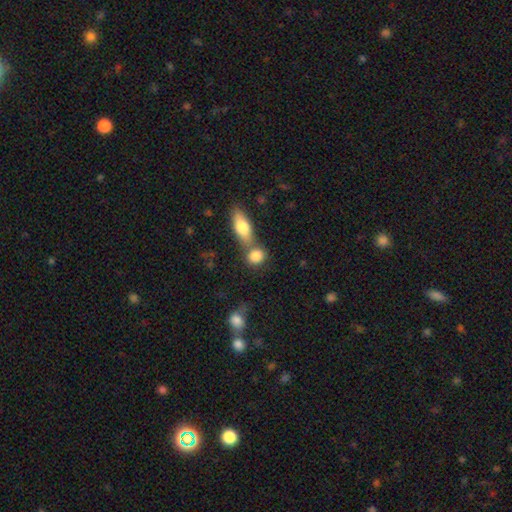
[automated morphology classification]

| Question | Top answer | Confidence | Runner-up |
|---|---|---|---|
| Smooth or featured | smooth | 83% | featured or disk (9%) |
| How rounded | round | 58% | in between (38%) |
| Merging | none | 48% | merger (38%) |